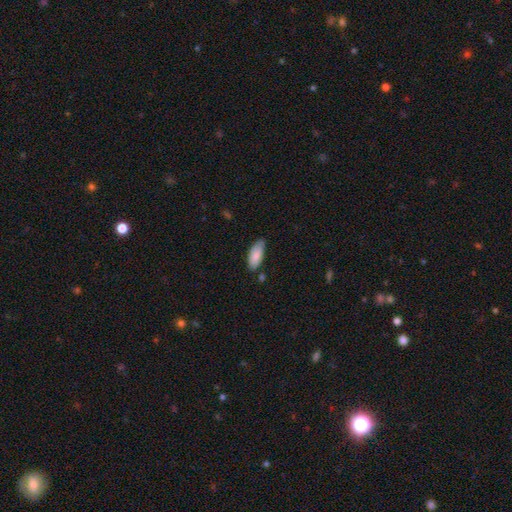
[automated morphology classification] This appears to be a smooth galaxy with no disk features (85%) that is in between round and cigar-shaped (81%). Merging: none (70%).